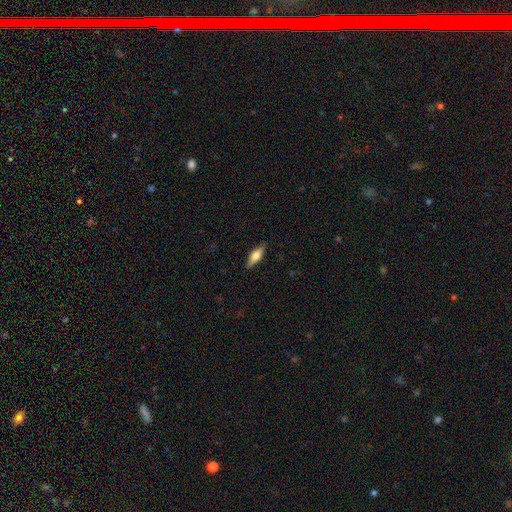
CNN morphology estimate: smooth_or_featured: smooth (p=0.64) [alt: featured or disk p=0.30]
how_rounded: in between (p=0.58) [alt: cigar-shaped p=0.39]
merging: none (p=0.87) [alt: minor disturbance p=0.10]